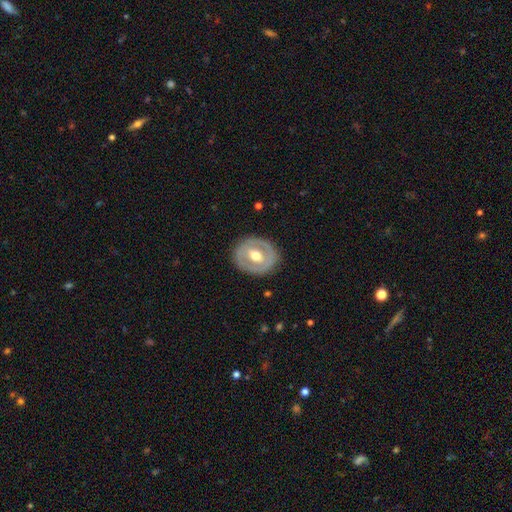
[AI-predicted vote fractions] featured or disk 59%, smooth 36%, star or artifact 5%. Down the decision tree: edge-on disk — no (94%); bar — no (52%); spiral arms — no (84%); bulge size — moderate (75%); merging — none (86%).